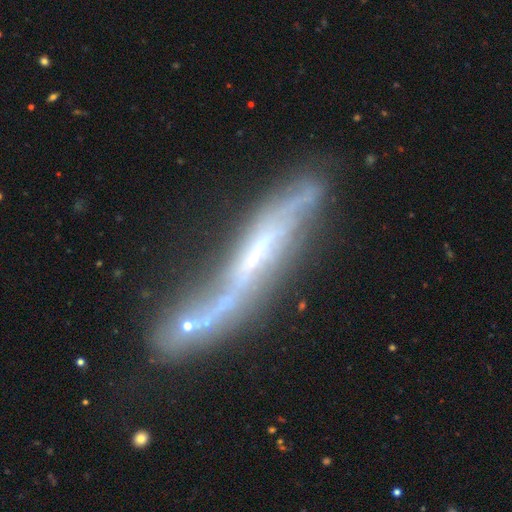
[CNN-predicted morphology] Overall: featured or disk (74%). Edge-on disk: yes (64%; no 36%). Merging: none (42%; minor disturbance 22%).